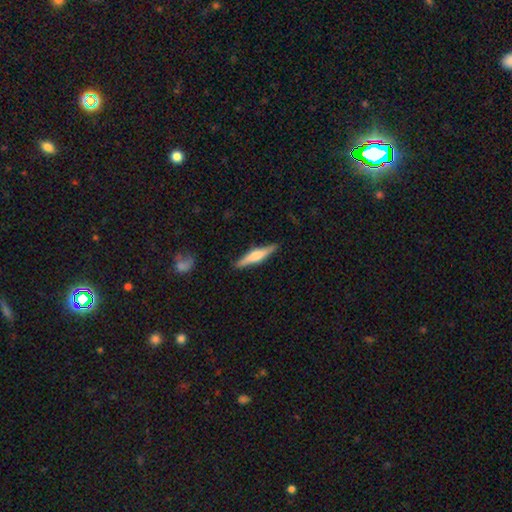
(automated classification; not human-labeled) This appears to be a featured or disk galaxy (54%) viewed edge-on (96%) with a rounded central bulge (76%). Merging: none (88%).